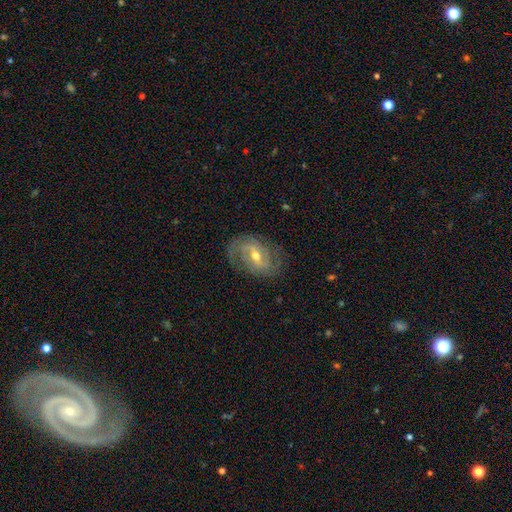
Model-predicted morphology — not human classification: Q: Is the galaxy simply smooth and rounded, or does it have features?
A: featured or disk — 82%.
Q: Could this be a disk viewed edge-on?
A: no — 96%.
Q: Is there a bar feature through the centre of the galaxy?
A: weak — 50%.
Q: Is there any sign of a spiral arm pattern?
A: yes — 92%.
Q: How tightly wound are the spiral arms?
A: tight — 42%.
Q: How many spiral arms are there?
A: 2 — 58%.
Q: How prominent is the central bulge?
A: moderate — 59%.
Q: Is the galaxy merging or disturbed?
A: none — 75%.